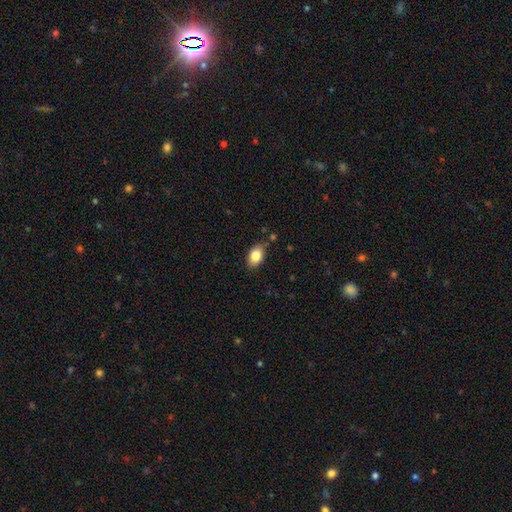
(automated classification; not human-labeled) The model was most divided on "merging": none: 77%, minor disturbance: 17%, merger: 3%, major disturbance: 3%. More confident: how rounded — in between (85%); smooth or featured — smooth (83%).